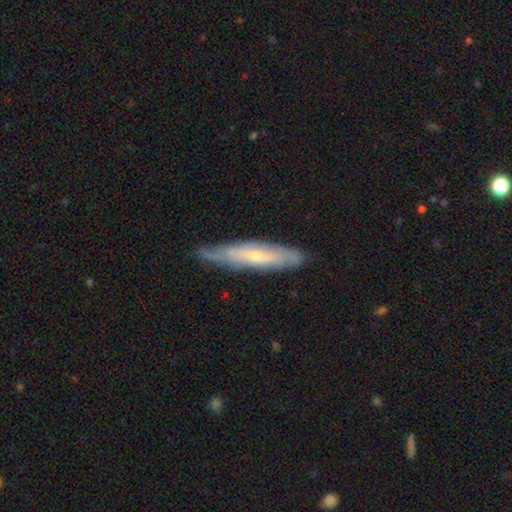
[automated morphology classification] type=featured or disk (58%); edge-on=yes (58%); merging=none (73%).